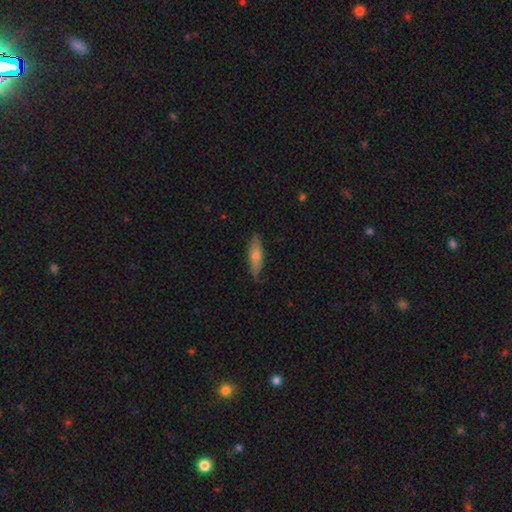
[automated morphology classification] A smooth galaxy with no disk features (63%) that is cigar-shaped (63%).

Vote fractions:
- Smooth or featured? smooth: 63% / featured or disk: 31% / star or artifact: 6%
- How rounded? cigar-shaped: 63% / in between: 35% / round: 2%
- Merging? none: 82% / minor disturbance: 15% / major disturbance: 2% / merger: 1%